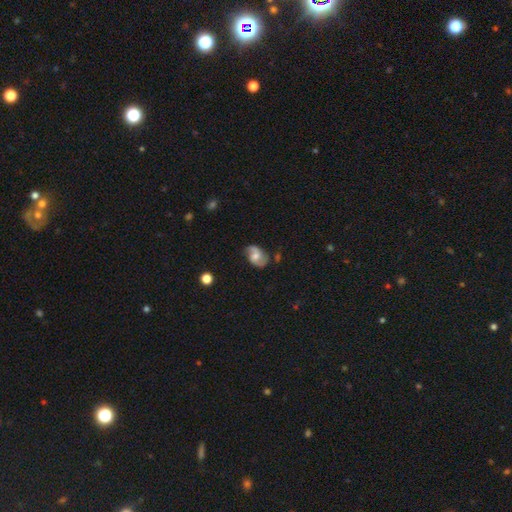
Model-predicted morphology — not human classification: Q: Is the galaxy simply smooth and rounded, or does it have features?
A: featured or disk — 67%.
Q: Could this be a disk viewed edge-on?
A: no — 97%.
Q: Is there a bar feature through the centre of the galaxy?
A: no — 51%.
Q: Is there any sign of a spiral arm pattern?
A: yes — 91%.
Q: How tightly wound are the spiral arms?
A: medium — 43%.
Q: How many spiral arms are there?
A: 2 — 85%.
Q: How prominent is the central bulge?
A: moderate — 59%.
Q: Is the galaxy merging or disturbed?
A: none — 65%.